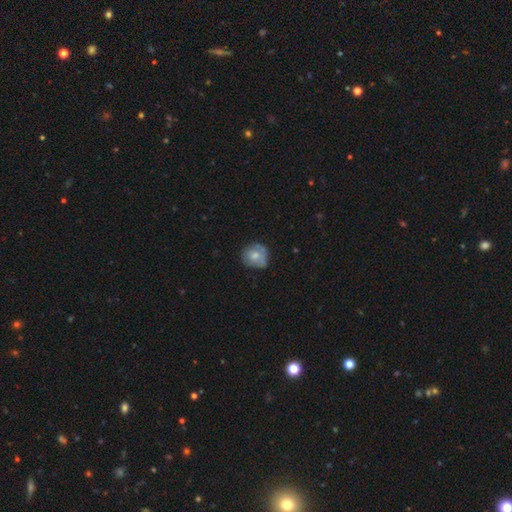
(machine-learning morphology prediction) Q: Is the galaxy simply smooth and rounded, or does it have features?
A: smooth — 66%.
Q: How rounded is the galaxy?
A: round — 82%.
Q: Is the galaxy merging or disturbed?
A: none — 62%.